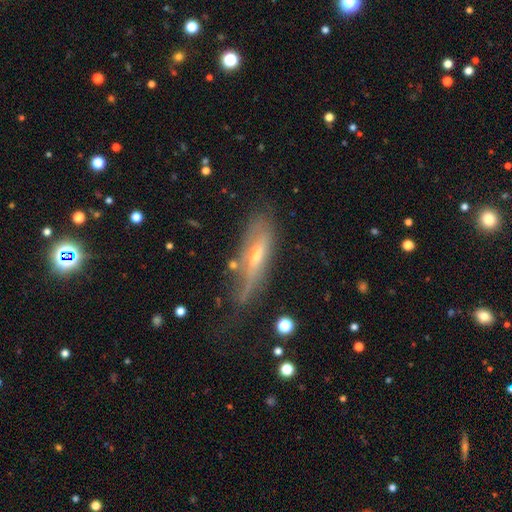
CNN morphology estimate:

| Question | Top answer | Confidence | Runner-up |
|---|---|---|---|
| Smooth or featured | featured or disk | 59% | smooth (32%) |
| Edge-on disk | yes | 68% | no (32%) |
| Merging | none | 50% | minor disturbance (29%) |